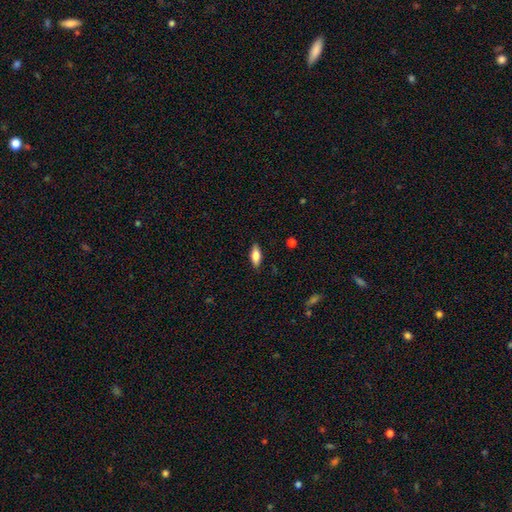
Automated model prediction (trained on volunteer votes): A smooth galaxy with no disk features (78%) that is in between round and cigar-shaped (78%).

Vote fractions:
- Smooth or featured? smooth: 78% / featured or disk: 15% / star or artifact: 7%
- How rounded? in between: 78% / cigar-shaped: 20% / round: 2%
- Merging? none: 87% / minor disturbance: 10% / major disturbance: 2% / merger: 1%